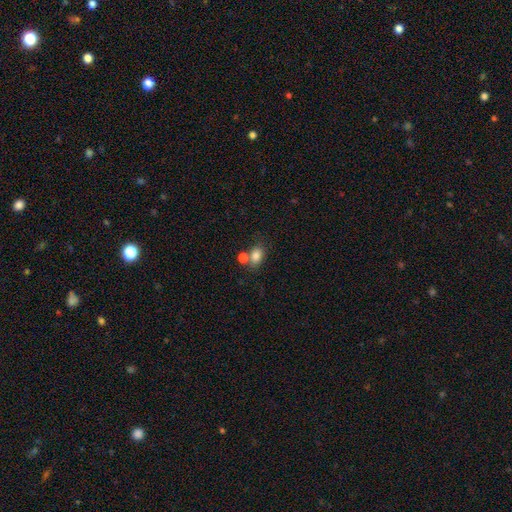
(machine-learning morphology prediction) Smooth or featured? Predicted: smooth (p=0.82). How rounded? Predicted: in between (p=0.74). Merging? Predicted: none (p=0.54).